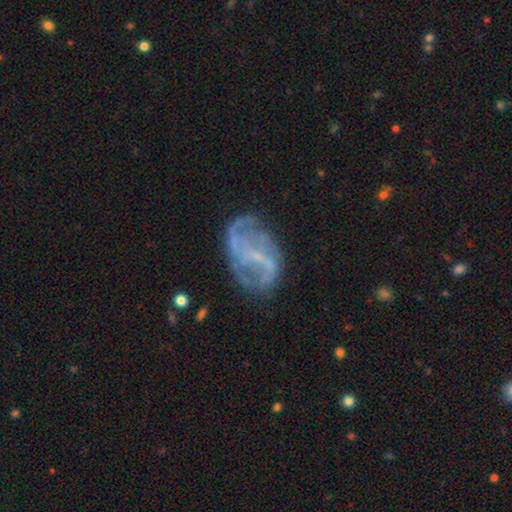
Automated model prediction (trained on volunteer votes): featured or disk 80%, smooth 12%, star or artifact 8%. Down the decision tree: edge-on disk — no (97%); bar — weak (45%); spiral arms — yes (82%); spiral arm count — 2 (53%); spiral winding — loose (49%); bulge size — small (51%); merging — none (58%).